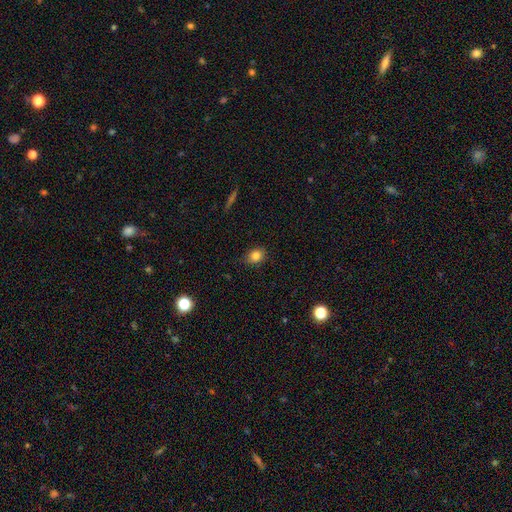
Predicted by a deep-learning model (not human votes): Smooth or featured? smooth (82%)
How rounded? round (55%)
Merging? none (81%)